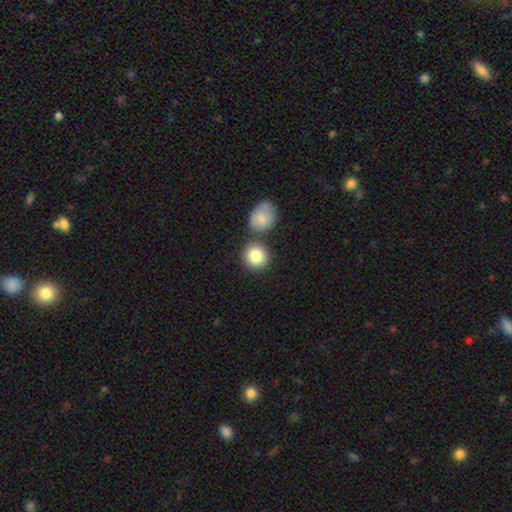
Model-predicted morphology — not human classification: Q: Smooth or featured?
A: smooth (84%); runner-up: featured or disk (9%)
Q: How rounded?
A: round (88%); runner-up: in between (11%)
Q: Merging?
A: none (70%); runner-up: merger (18%)